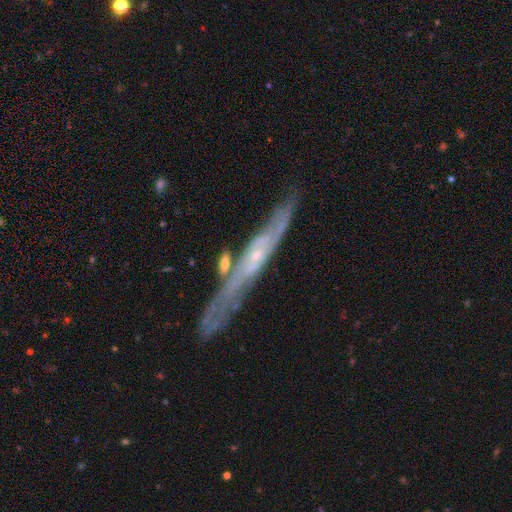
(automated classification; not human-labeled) smooth-or-featured: featured or disk: 74% | smooth: 18% | star or artifact: 7%
  disk-edge-on: yes: 74% | no: 26%
    edge-on-bulge: none: 58% | rounded: 38% | boxy: 4%
  merging: none: 69% | minor disturbance: 19% | merger: 6% | major disturbance: 6%